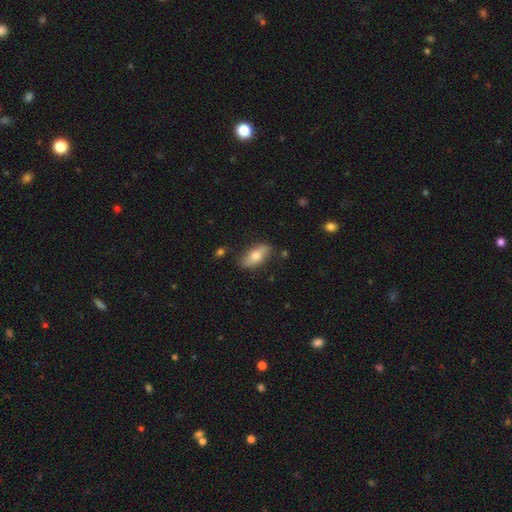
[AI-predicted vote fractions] This appears to be a smooth galaxy with no disk features (62%) that is in between round and cigar-shaped (76%). Merging: none (80%).